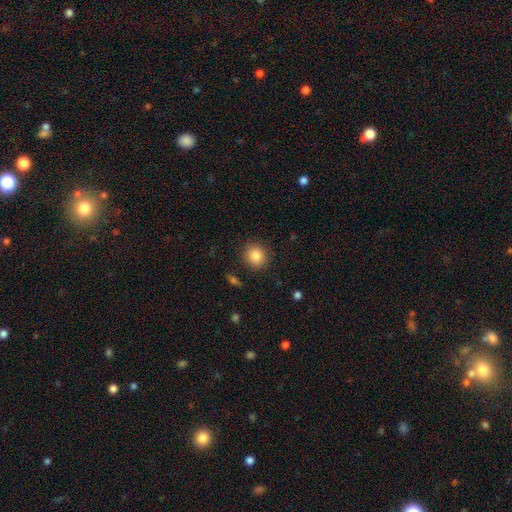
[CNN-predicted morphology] This appears to be a smooth galaxy with no disk features (85%) that is round (88%). Merging: none (89%).